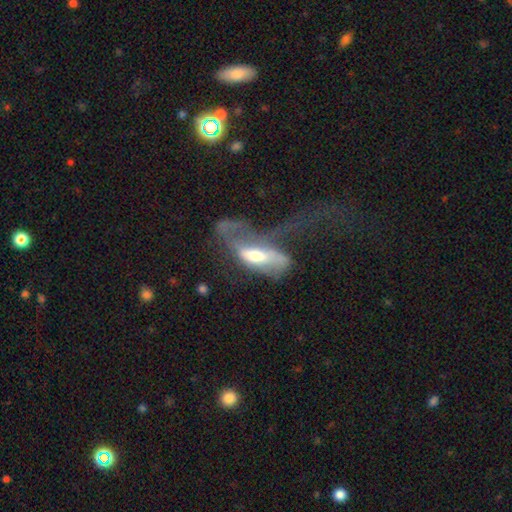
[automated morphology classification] featured or disk 50%, smooth 42%, star or artifact 8%. Down the decision tree: edge-on disk — no (79%); merging — major disturbance (67%).